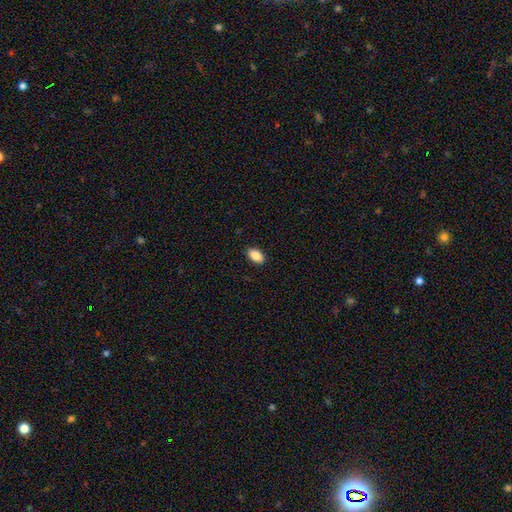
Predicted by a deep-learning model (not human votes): This is clearly a smooth galaxy (88%). How rounded: clearly in between (92%). Merging: clearly none (90%).